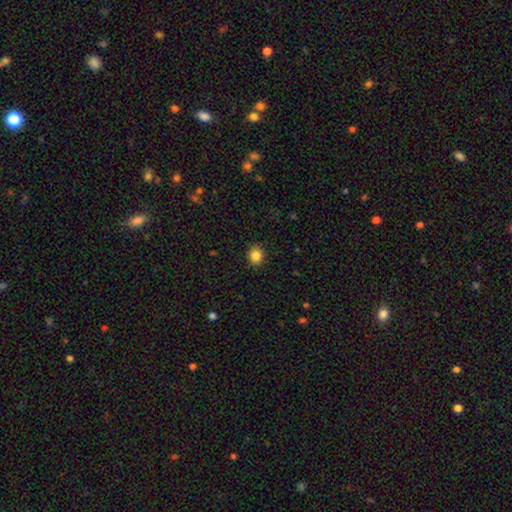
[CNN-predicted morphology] type=smooth (85%); roundness=round (73%); merging=none (91%).